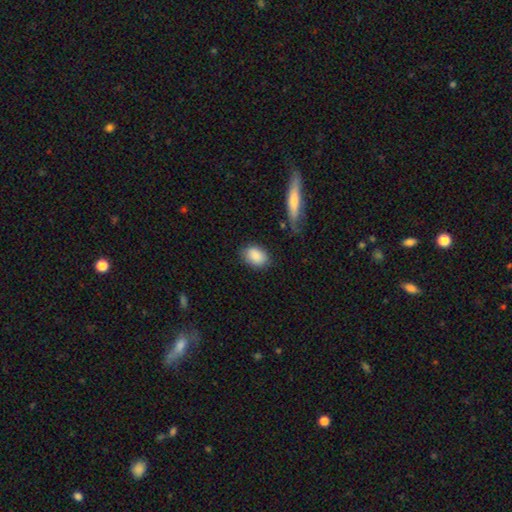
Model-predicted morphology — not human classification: This appears to be a smooth galaxy with no disk features (88%) that is in between round and cigar-shaped (81%). Merging: none (79%).